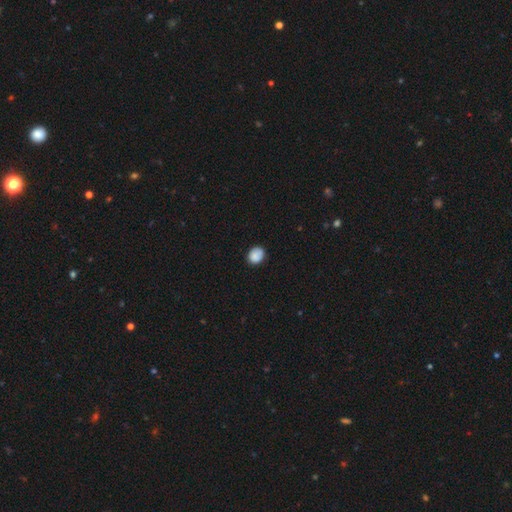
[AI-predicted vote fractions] Morphology: type=smooth (86%); roundness=round (58%); merging=none (78%).